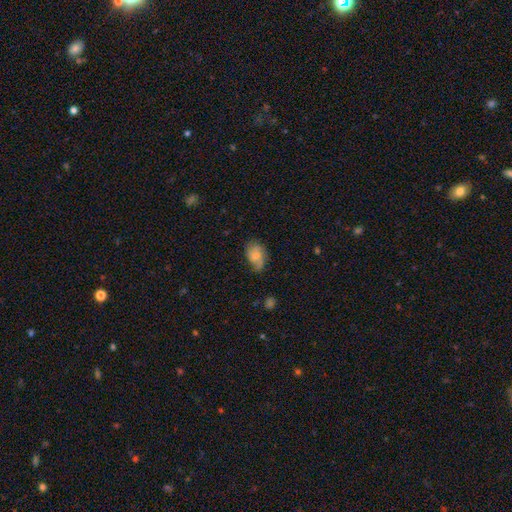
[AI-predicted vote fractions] A smooth galaxy with no disk features (61%) that is in between round and cigar-shaped (85%).

Vote fractions:
- Smooth or featured? smooth: 61% / featured or disk: 31% / star or artifact: 8%
- How rounded? in between: 85% / round: 14% / cigar-shaped: 2%
- Merging? none: 50% / minor disturbance: 35% / major disturbance: 12% / merger: 2%